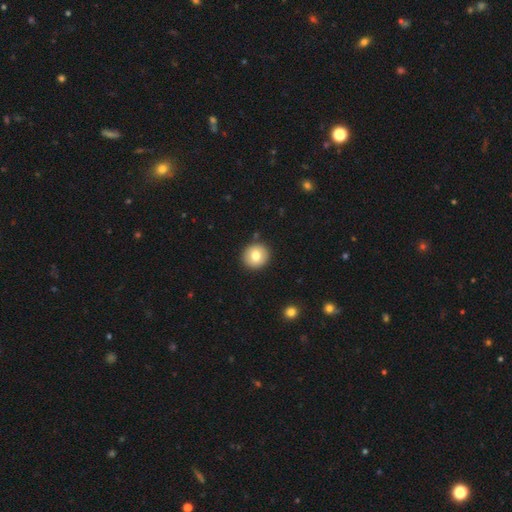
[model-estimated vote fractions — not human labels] Morphology: type=smooth (77%); roundness=round (92%); merging=none (91%).